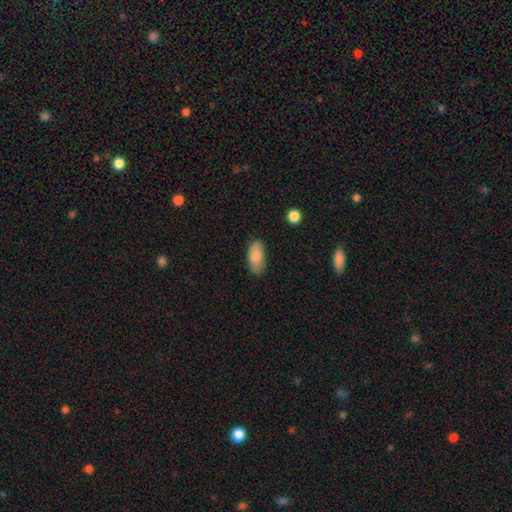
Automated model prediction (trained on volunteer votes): Morphology: type=smooth (86%); roundness=in between (90%); merging=none (75%).